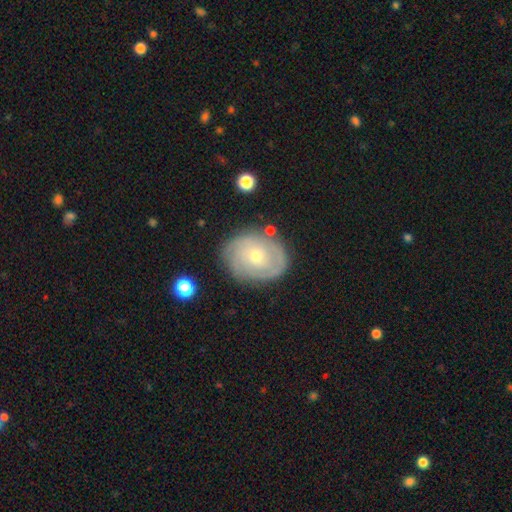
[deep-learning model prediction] Smooth or featured? Predicted: featured or disk (p=0.70). Edge-on disk? Predicted: no (p=0.97). Bar? Predicted: no (p=0.79). Spiral arms? Predicted: yes (p=0.85). Spiral winding? Predicted: tight (p=0.72). Spiral arm count? Predicted: can't tell (p=0.43). Bulge size? Predicted: small (p=0.62). Merging? Predicted: none (p=0.76).